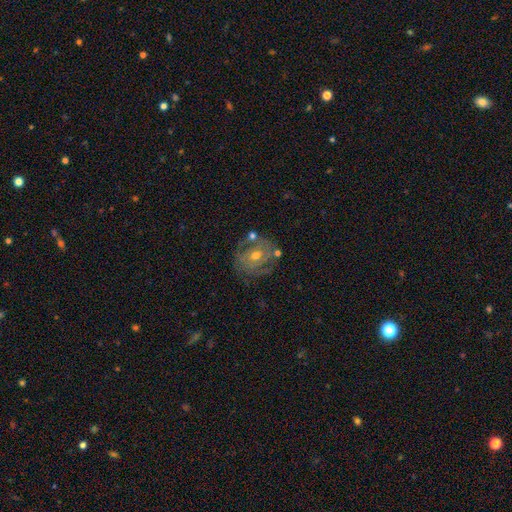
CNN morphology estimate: This appears to be a featured or disk galaxy (74%) with no bar (56%), tight (64%) spiral arms (78%) and a moderate central bulge (68%). Merging: none (67%).